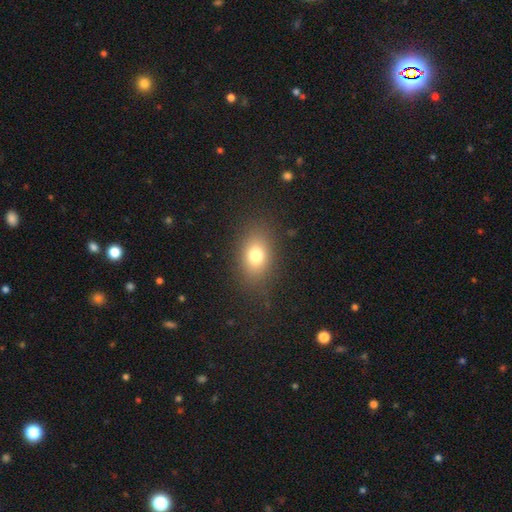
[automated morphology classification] A smooth galaxy with no disk features (76%) that is in between round and cigar-shaped (74%).

Vote fractions:
- Smooth or featured? smooth: 76% / star or artifact: 12% / featured or disk: 12%
- How rounded? in between: 74% / round: 24% / cigar-shaped: 2%
- Merging? none: 83% / minor disturbance: 11% / major disturbance: 5% / merger: 1%